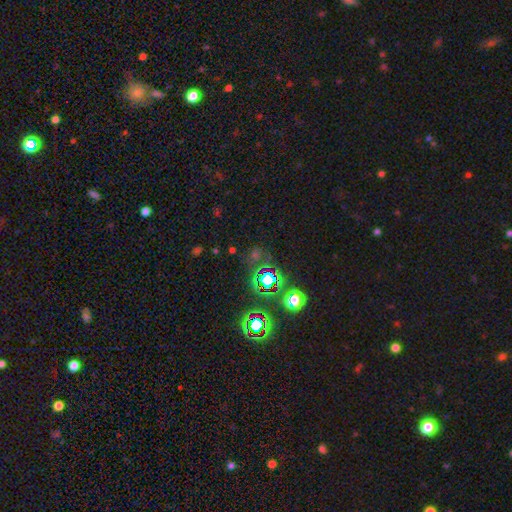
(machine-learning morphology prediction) smooth_or_featured: star or artifact (p=0.71) [alt: smooth p=0.19]